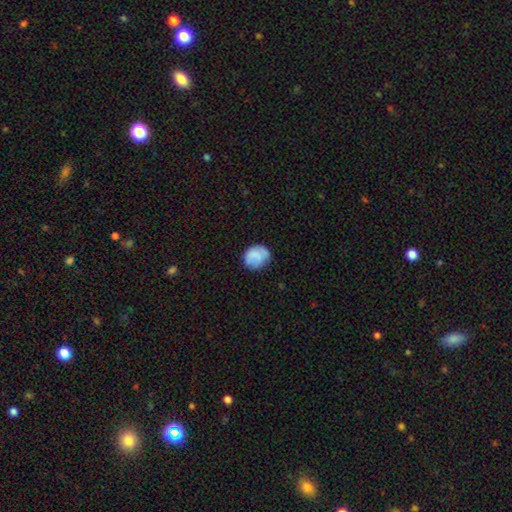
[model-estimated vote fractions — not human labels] Smooth or featured? Predicted: smooth (p=0.79). How rounded? Predicted: round (p=0.68). Merging? Predicted: none (p=0.75).